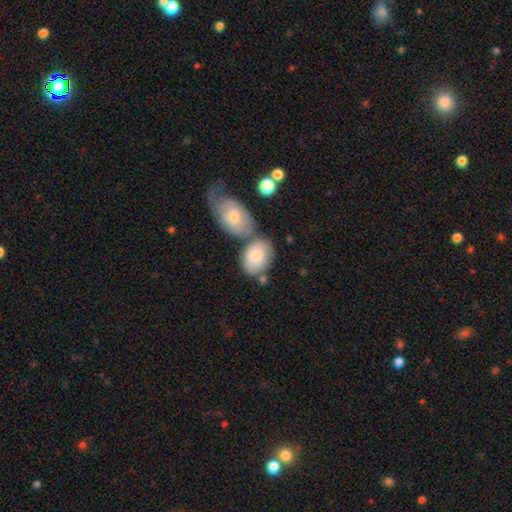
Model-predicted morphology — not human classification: Smooth or featured? Predicted: smooth (p=0.75). How rounded? Predicted: in between (p=0.80). Merging? Predicted: none (p=0.40).